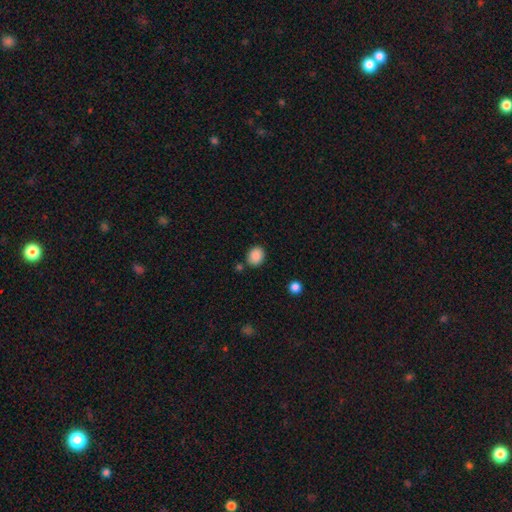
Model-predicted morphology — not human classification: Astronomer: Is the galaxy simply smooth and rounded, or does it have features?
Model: smooth — 88%.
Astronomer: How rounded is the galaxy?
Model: round — 57% (runner-up: in between, 42%).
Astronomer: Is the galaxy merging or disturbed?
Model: none — 81%.